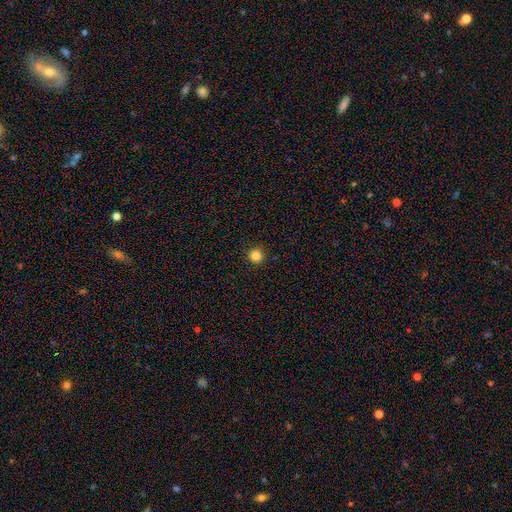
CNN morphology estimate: smooth-or-featured: smooth: 83% | star or artifact: 13% | featured or disk: 4%
  how-rounded: round: 96% | in between: 3% | cigar-shaped: 1%
  merging: none: 93% | minor disturbance: 5% | major disturbance: 2% | merger: 1%